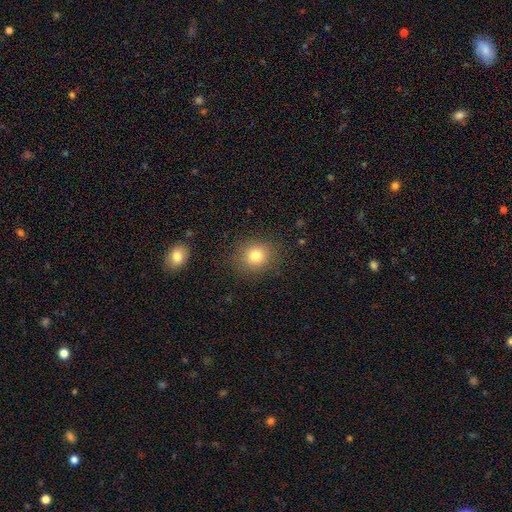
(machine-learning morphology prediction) Smooth or featured? smooth (79%)
How rounded? round (84%)
Merging? none (86%)